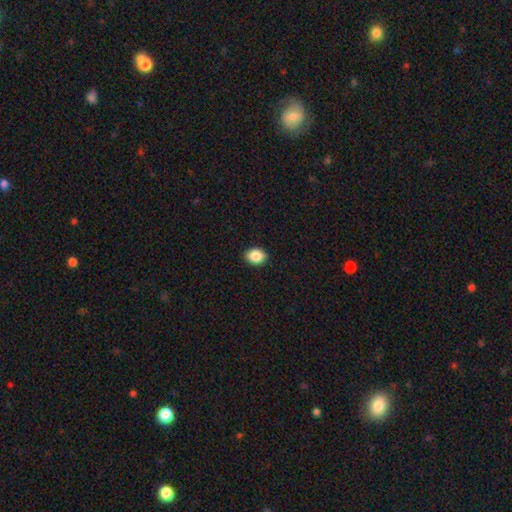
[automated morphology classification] This is clearly a smooth galaxy (87%). How rounded: possibly in between (55%). Merging: clearly none (91%).